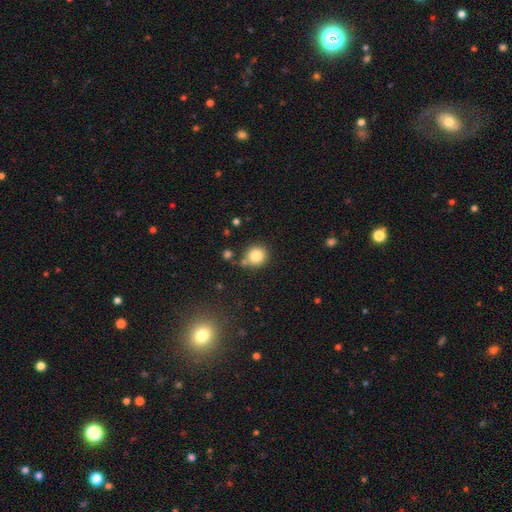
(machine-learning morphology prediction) smooth_or_featured: smooth (p=0.82) [alt: star or artifact p=0.11]
how_rounded: round (p=0.91) [alt: in between p=0.08]
merging: none (p=0.74) [alt: minor disturbance p=0.12]